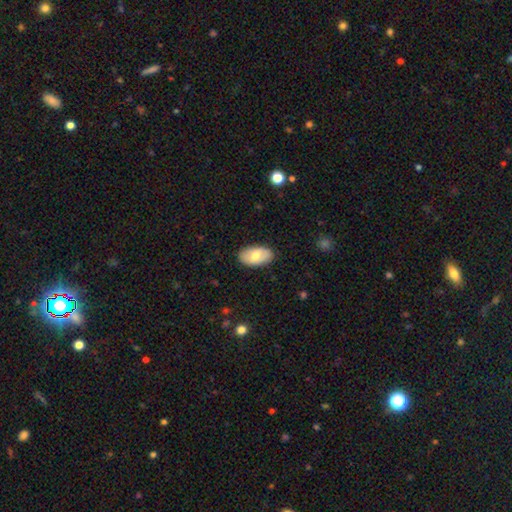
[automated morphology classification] type=smooth (69%); roundness=in between (95%); merging=none (87%).